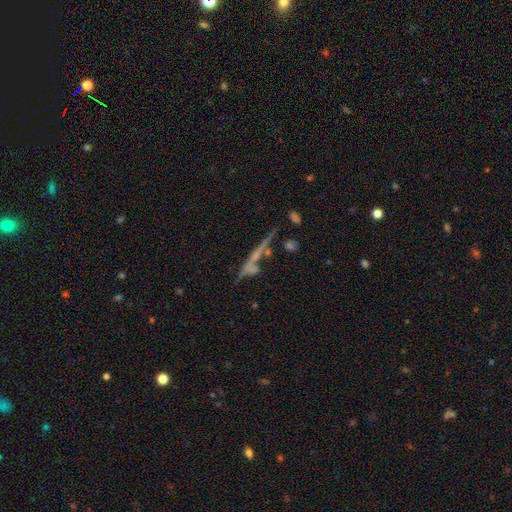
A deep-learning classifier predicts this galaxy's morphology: Smooth or featured? featured or disk (54%)
Edge-on disk? yes (80%)
Merging? none (54%)